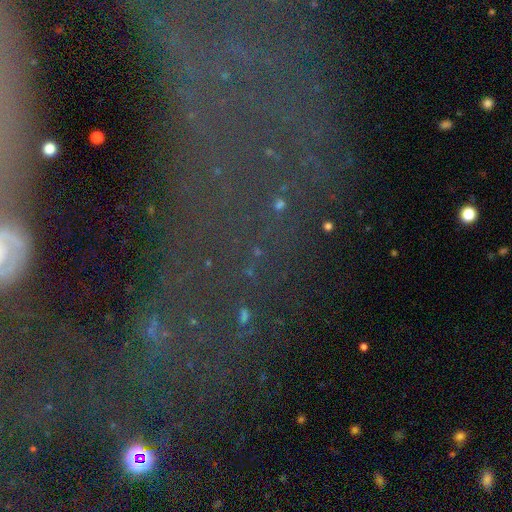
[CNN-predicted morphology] This appears to be a star or artifact, not a galaxy (69%).